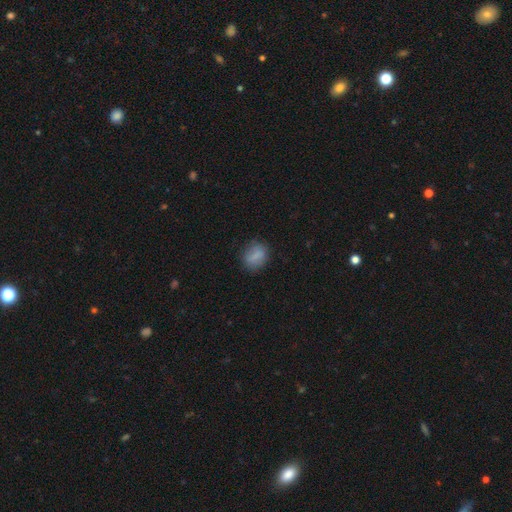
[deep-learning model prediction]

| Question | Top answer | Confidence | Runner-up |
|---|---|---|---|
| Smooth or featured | smooth | 80% | featured or disk (11%) |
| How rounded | in between | 52% | round (46%) |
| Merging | none | 78% | minor disturbance (16%) |